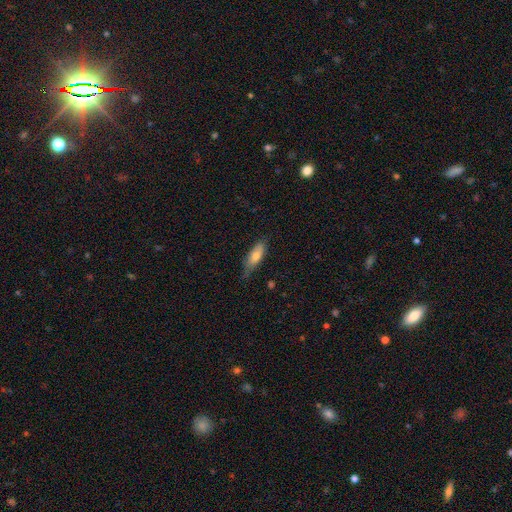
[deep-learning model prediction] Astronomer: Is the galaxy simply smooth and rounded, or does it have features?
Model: smooth — 71%.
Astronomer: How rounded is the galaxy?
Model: in between — 65%.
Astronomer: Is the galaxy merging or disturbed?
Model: none — 63%.